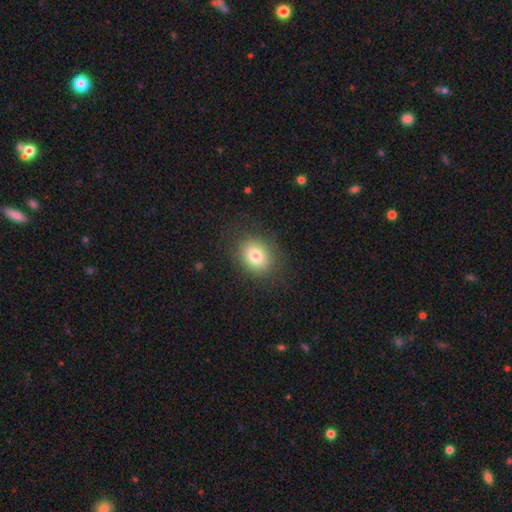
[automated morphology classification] Smooth or featured? smooth (79%)
How rounded? round (53%)
Merging? none (83%)